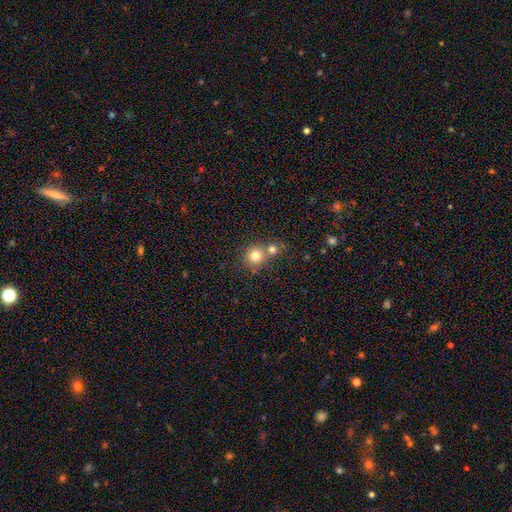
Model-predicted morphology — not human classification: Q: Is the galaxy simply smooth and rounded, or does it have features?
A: smooth — 78%.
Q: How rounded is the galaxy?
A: round — 89%.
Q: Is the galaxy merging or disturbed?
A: none — 52%.